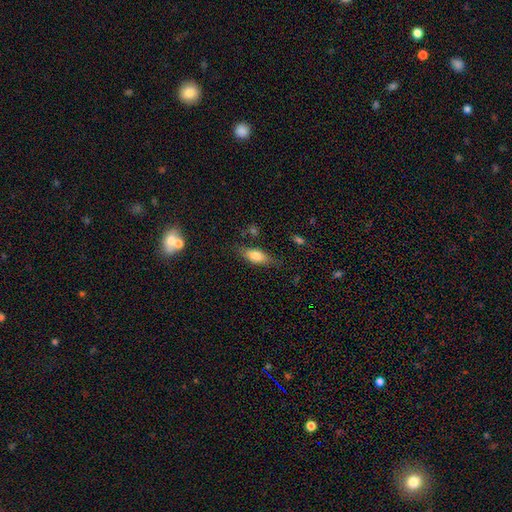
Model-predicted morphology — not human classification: Smooth or featured: smooth — 73% (featured or disk — 19%)
How rounded: in between — 70% (cigar-shaped — 26%)
Merging: none — 74% (minor disturbance — 18%)